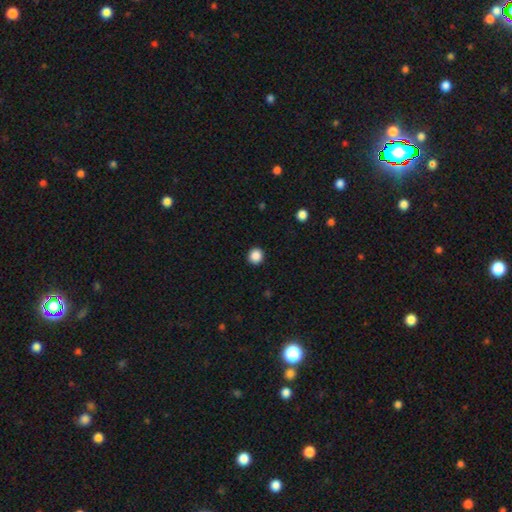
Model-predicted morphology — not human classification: This appears to be a smooth galaxy with no disk features (87%) that is round (92%). Merging: none (93%).